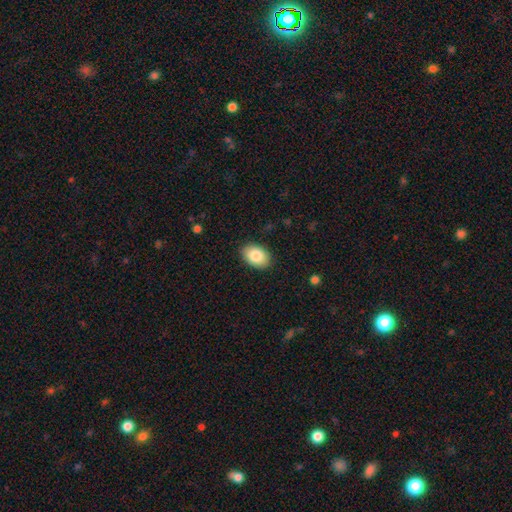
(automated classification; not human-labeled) Smooth or featured? smooth (85%)
How rounded? in between (87%)
Merging? none (88%)